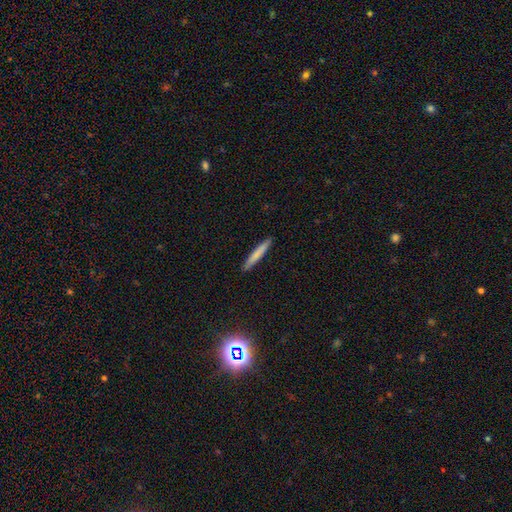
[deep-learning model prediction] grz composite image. It shows a smooth galaxy with no disk features (75%) that is cigar-shaped (96%). Merging: none (92%).